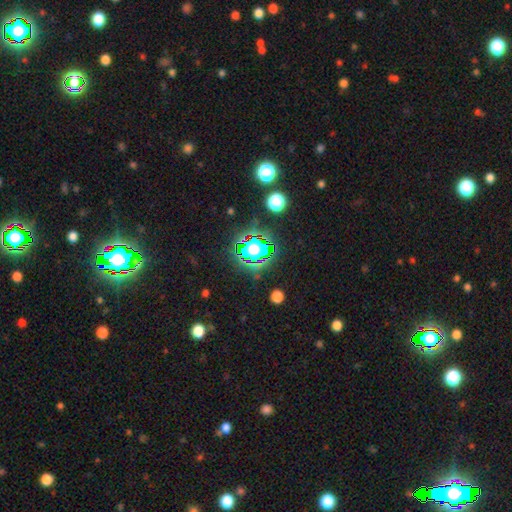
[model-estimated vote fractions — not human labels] A star or artifact, not a galaxy (75%).